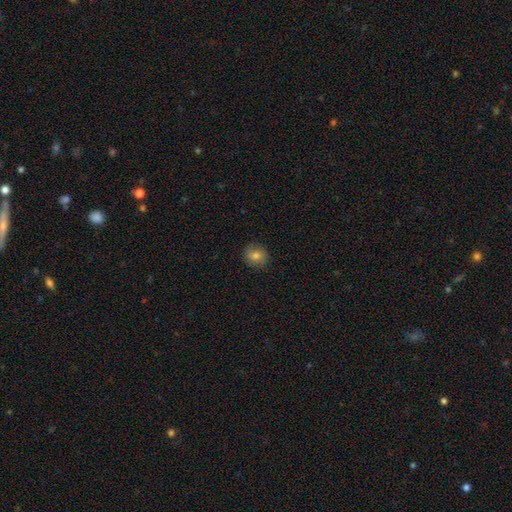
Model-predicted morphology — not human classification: A smooth galaxy with no disk features (74%) that is round (76%).

Vote fractions:
- Smooth or featured? smooth: 74% / featured or disk: 15% / star or artifact: 11%
- How rounded? round: 76% / in between: 23% / cigar-shaped: 1%
- Merging? none: 84% / minor disturbance: 12% / major disturbance: 3% / merger: 1%